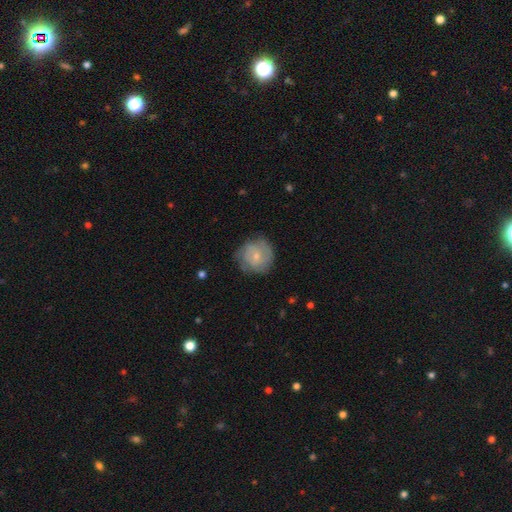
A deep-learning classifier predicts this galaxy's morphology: smooth-or-featured: smooth: 52% | featured or disk: 41% | star or artifact: 7%
  how-rounded: round: 89% | in between: 10% | cigar-shaped: 1%
  merging: none: 68% | minor disturbance: 23% | major disturbance: 8% | merger: 1%